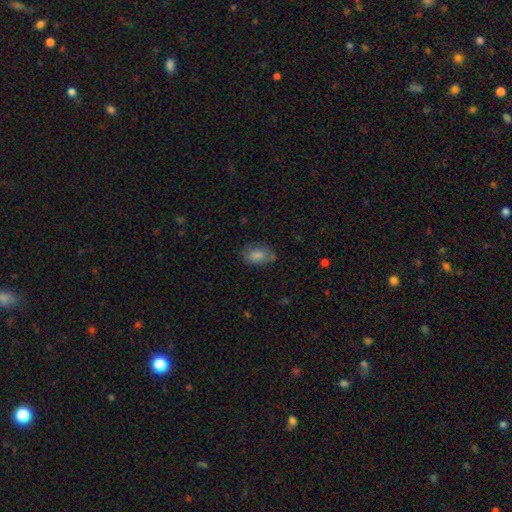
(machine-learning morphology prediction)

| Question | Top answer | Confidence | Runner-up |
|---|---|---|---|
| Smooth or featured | smooth | 80% | featured or disk (10%) |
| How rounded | in between | 85% | round (13%) |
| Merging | none | 72% | minor disturbance (19%) |